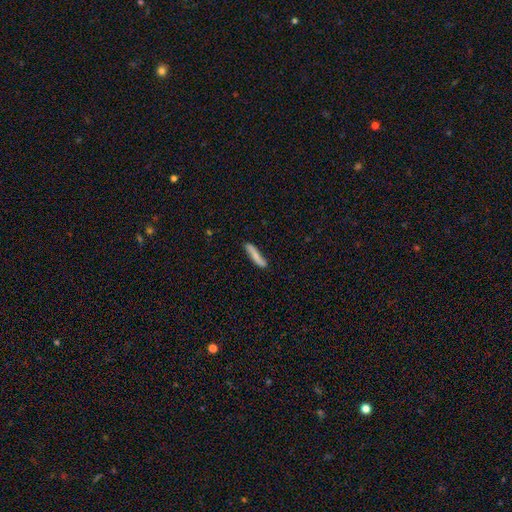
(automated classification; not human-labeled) Smooth or featured? smooth (67%)
How rounded? cigar-shaped (87%)
Merging? none (75%)